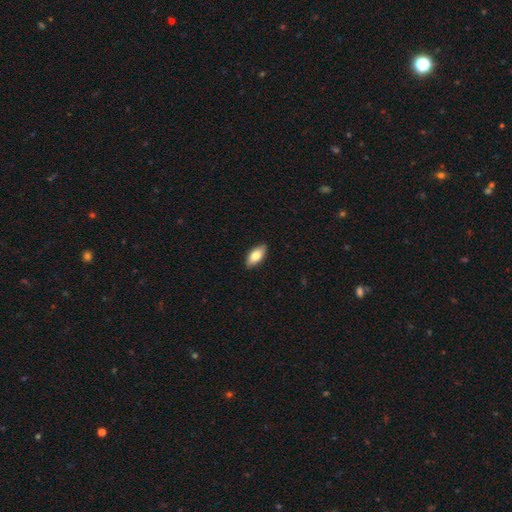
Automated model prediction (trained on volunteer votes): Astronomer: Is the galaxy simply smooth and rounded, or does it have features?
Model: smooth — 79%.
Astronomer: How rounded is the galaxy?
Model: in between — 88%.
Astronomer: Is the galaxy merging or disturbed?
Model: none — 88%.